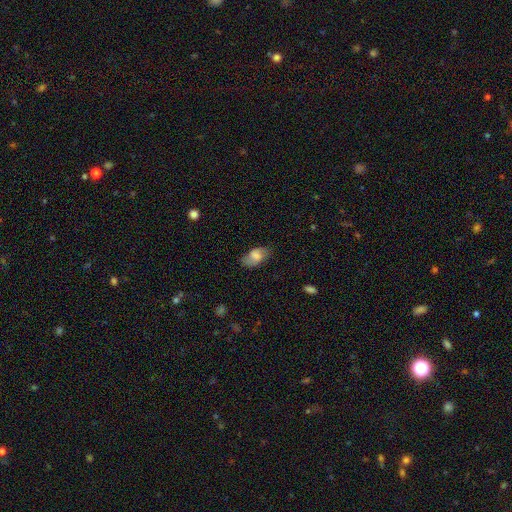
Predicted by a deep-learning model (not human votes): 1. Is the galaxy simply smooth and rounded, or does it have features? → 74% smooth, 18% featured or disk, 8% star or artifact.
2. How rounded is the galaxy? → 92% in between, 5% round, 3% cigar-shaped.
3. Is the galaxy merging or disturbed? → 71% none, 21% minor disturbance, 6% major disturbance, 1% merger.